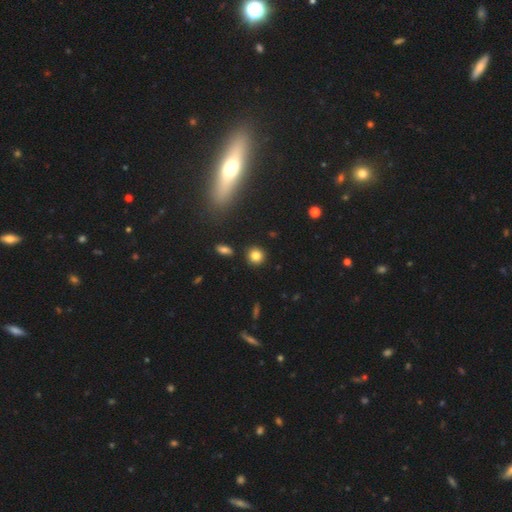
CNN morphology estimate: Smooth or featured?
  - smooth: 82% *
  - star or artifact: 11%
  - featured or disk: 7%
How rounded?
  - round: 89% *
  - in between: 10%
  - cigar-shaped: 1%
Merging?
  - none: 89% *
  - minor disturbance: 7%
  - merger: 3%
  - major disturbance: 2%